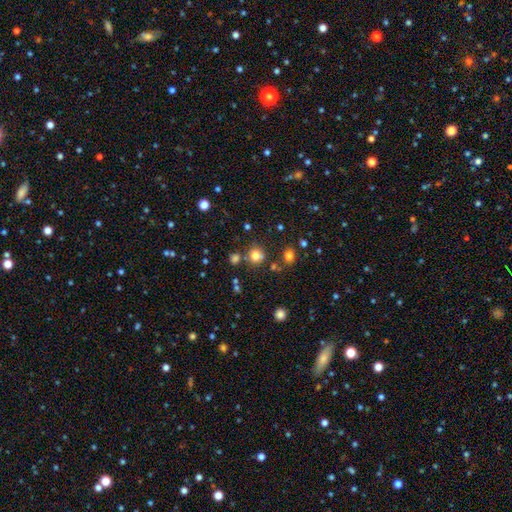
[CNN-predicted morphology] Q: Smooth or featured?
A: smooth (77%); runner-up: star or artifact (17%)
Q: How rounded?
A: round (89%); runner-up: in between (10%)
Q: Merging?
A: none (75%); runner-up: merger (11%)